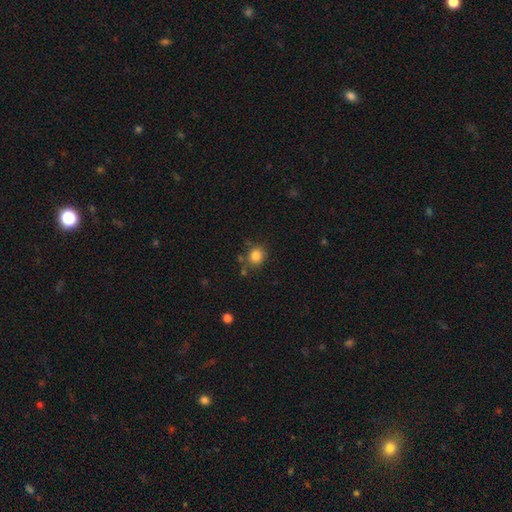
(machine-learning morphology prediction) This appears to be a smooth galaxy with no disk features (83%) that is round (82%). Merging: none (75%).